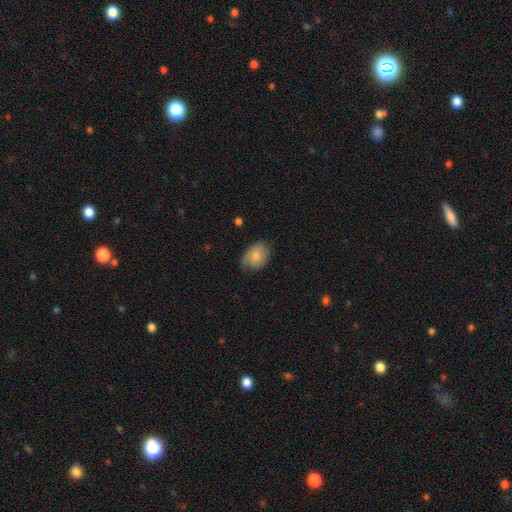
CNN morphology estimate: Smooth or featured? smooth (72%)
How rounded? in between (73%)
Merging? none (60%)